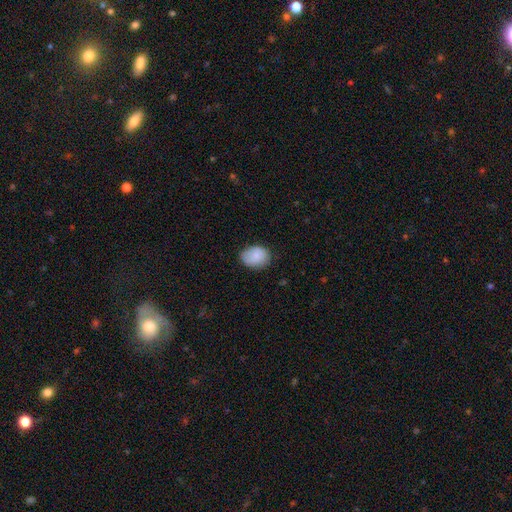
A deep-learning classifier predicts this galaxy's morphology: smooth-or-featured: smooth: 85% | featured or disk: 8% | star or artifact: 7%
  how-rounded: in between: 63% | round: 36% | cigar-shaped: 1%
  merging: none: 76% | minor disturbance: 19% | major disturbance: 4% | merger: 1%